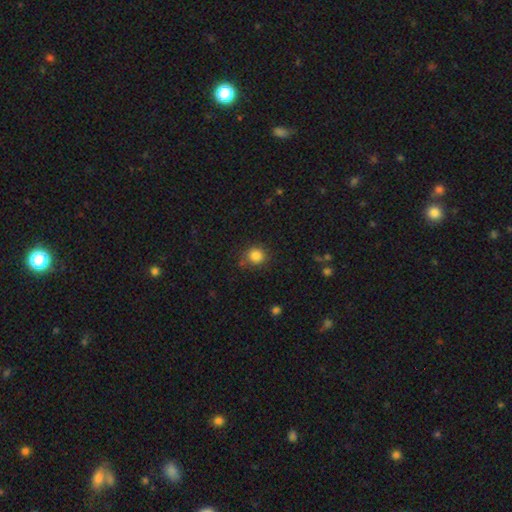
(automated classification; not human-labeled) A smooth galaxy with no disk features (84%) that is round (88%).

Vote fractions:
- Smooth or featured? smooth: 84% / star or artifact: 11% / featured or disk: 5%
- How rounded? round: 88% / in between: 11% / cigar-shaped: 1%
- Merging? none: 79% / minor disturbance: 14% / major disturbance: 4% / merger: 3%